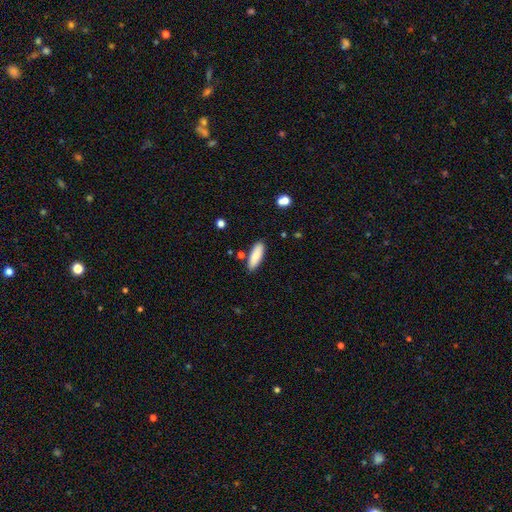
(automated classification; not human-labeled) Smooth or featured?
  - smooth: 87% *
  - featured or disk: 7%
  - star or artifact: 6%
How rounded?
  - in between: 59% *
  - cigar-shaped: 39%
  - round: 2%
Merging?
  - none: 83% *
  - minor disturbance: 11%
  - merger: 3%
  - major disturbance: 2%